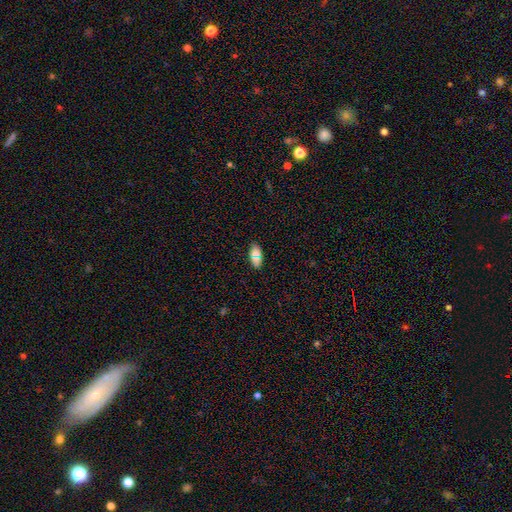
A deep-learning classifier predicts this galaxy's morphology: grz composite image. It shows a smooth galaxy with no disk features (74%) that is in between round and cigar-shaped (85%). Merging: none (83%).